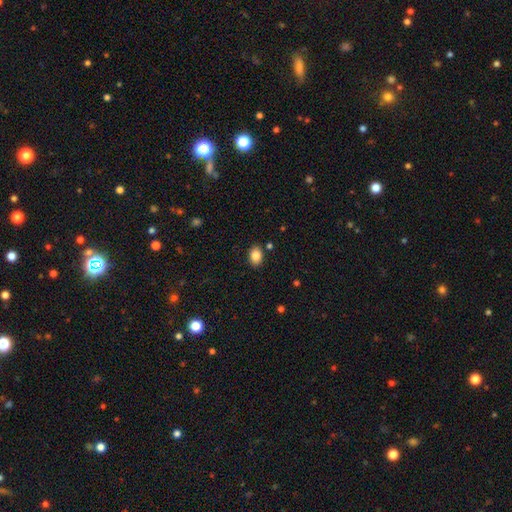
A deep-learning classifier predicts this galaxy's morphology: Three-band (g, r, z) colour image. It shows a smooth galaxy with no disk features (85%) that is in between round and cigar-shaped (74%). Merging: none (86%).